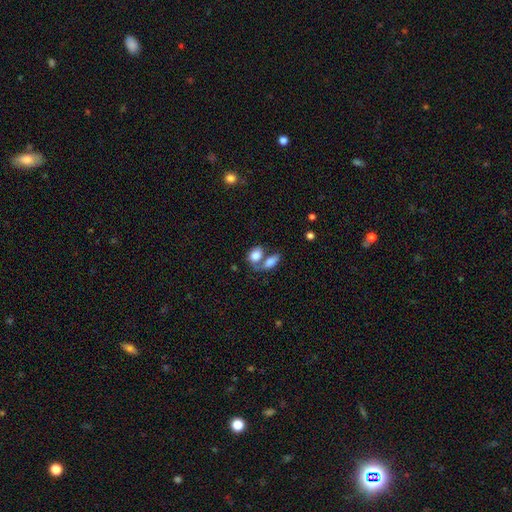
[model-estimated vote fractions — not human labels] Overall: smooth (77%). How rounded: in between (76%). Merging: merger (60%; none 25%).